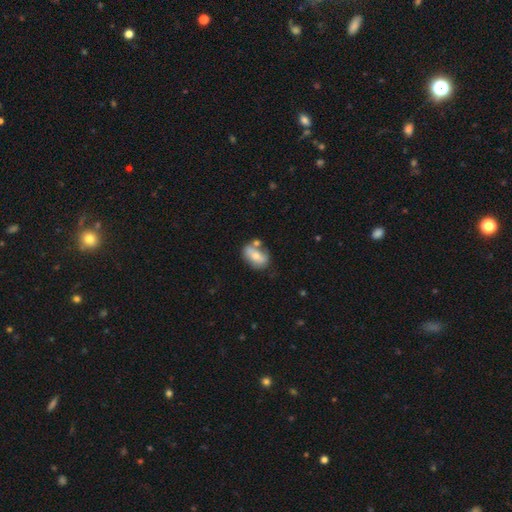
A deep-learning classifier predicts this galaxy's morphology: The model was most divided on "smooth or featured": smooth: 60%, featured or disk: 33%, star or artifact: 7%. More confident: how rounded — in between (84%); merging — none (52%).